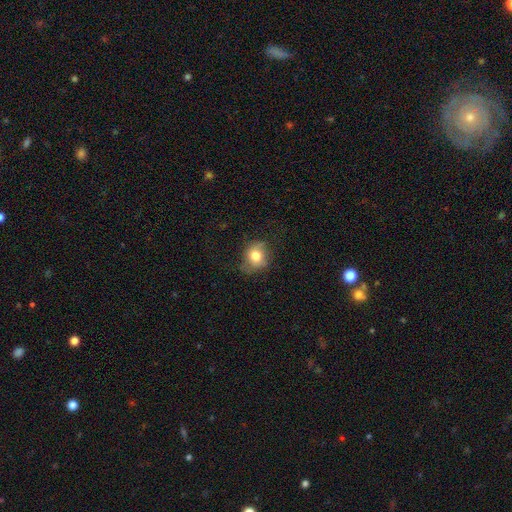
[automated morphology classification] Smooth or featured? smooth (76%)
How rounded? round (65%)
Merging? none (65%)